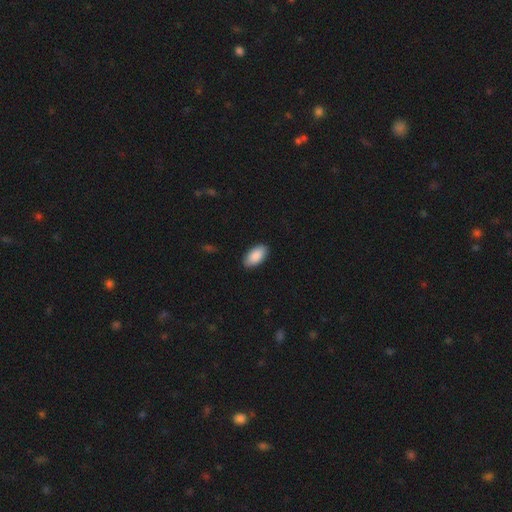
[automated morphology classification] Smooth or featured?
  - smooth: 90% *
  - star or artifact: 6%
  - featured or disk: 5%
How rounded?
  - in between: 95% *
  - cigar-shaped: 3%
  - round: 2%
Merging?
  - none: 89% *
  - minor disturbance: 8%
  - major disturbance: 2%
  - merger: 1%